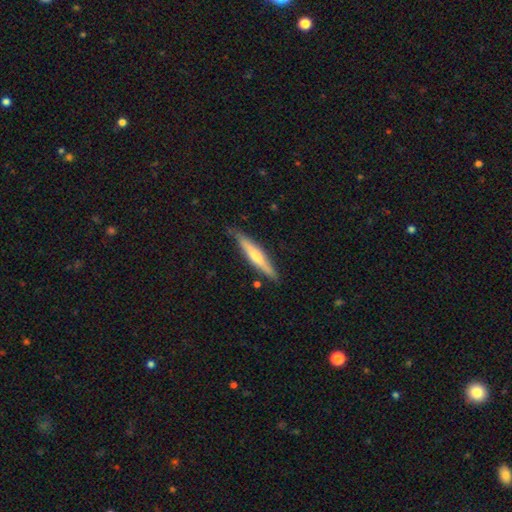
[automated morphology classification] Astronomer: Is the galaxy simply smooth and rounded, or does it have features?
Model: featured or disk — 57% (runner-up: smooth, 37%).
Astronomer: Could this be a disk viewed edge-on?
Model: yes — 95%.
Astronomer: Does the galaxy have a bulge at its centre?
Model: rounded — 77%.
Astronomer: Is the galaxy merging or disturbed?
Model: none — 85%.